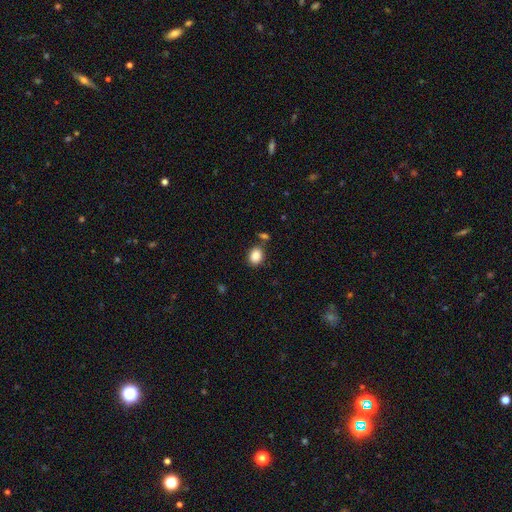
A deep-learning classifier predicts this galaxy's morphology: smooth_or_featured: smooth (p=0.87) [alt: star or artifact p=0.09]
how_rounded: in between (p=0.58) [alt: round p=0.41]
merging: none (p=0.74) [alt: minor disturbance p=0.12]